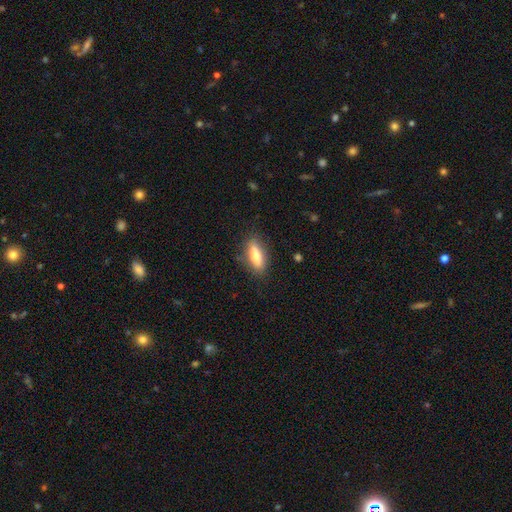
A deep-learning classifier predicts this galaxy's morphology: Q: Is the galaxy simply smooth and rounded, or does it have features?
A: smooth — 71%.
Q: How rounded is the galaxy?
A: in between — 55%.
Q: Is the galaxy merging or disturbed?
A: none — 82%.